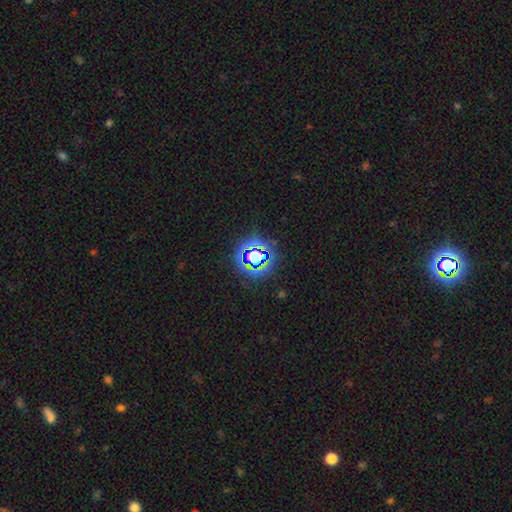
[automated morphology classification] Smooth or featured: star or artifact — 63% (smooth — 25%)